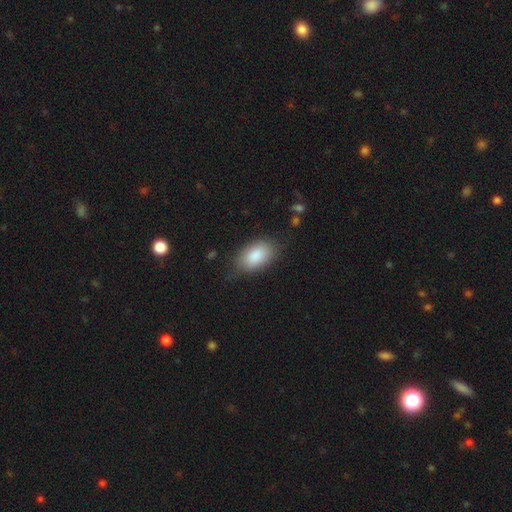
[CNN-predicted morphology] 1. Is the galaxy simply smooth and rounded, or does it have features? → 86% smooth, 7% featured or disk, 6% star or artifact.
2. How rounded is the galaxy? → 93% in between, 5% round, 2% cigar-shaped.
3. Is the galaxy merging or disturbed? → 75% none, 19% minor disturbance, 5% major disturbance, 2% merger.